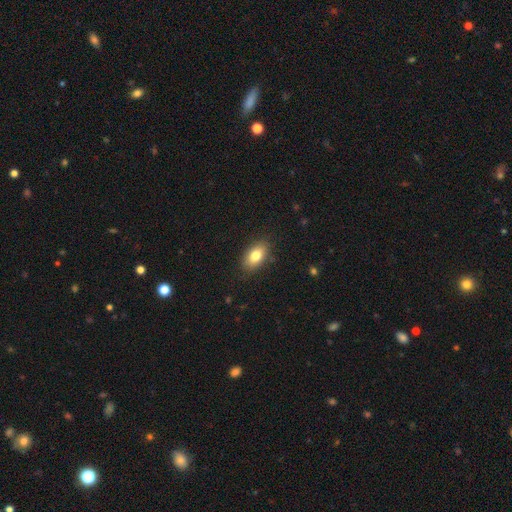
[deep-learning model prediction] smooth_or_featured: smooth (p=0.80) [alt: featured or disk p=0.12]
how_rounded: in between (p=0.90) [alt: round p=0.07]
merging: none (p=0.86) [alt: minor disturbance p=0.11]